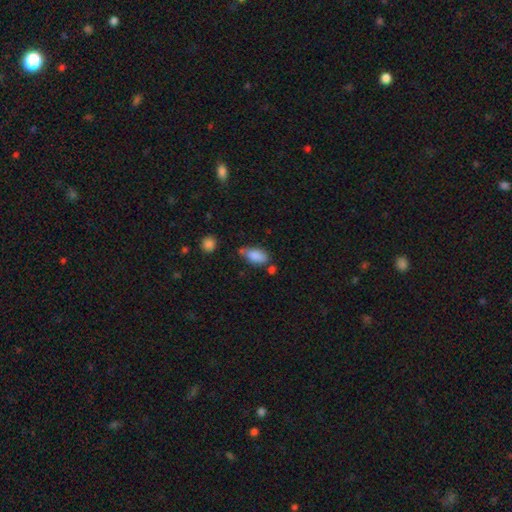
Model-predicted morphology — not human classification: Smooth or featured? Predicted: smooth (p=0.85). How rounded? Predicted: in between (p=0.89). Merging? Predicted: none (p=0.58).